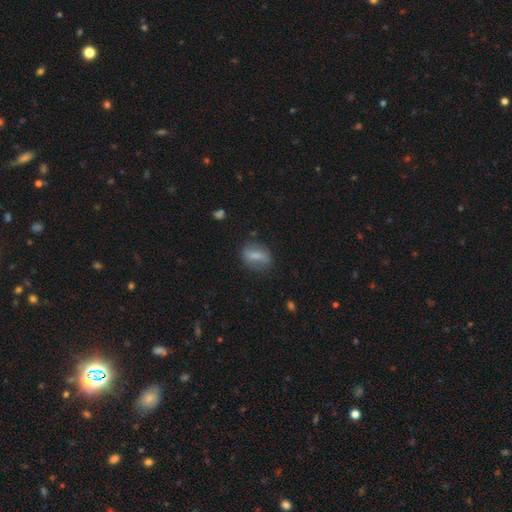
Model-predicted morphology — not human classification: smooth 66%, featured or disk 26%, star or artifact 8%. Down the decision tree: how rounded — in between (72%); merging — none (72%).